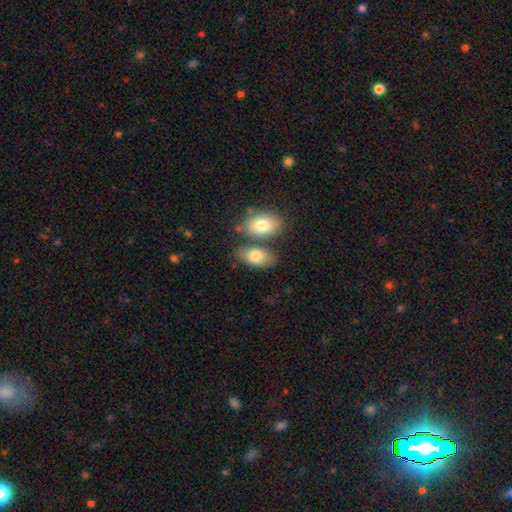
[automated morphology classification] type=smooth (79%); roundness=in between (92%); merging=none (52%).